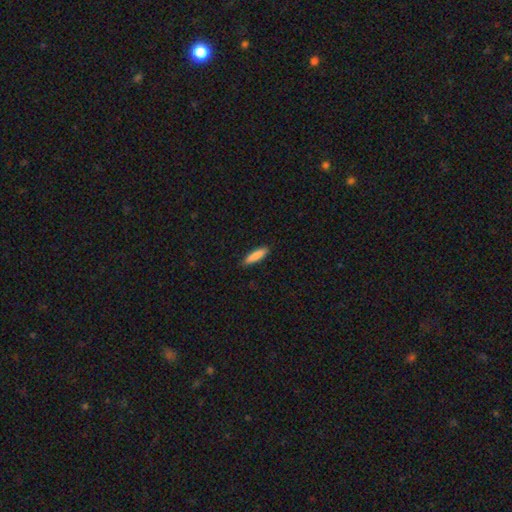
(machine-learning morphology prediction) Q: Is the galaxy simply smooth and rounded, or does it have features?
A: smooth — 87%.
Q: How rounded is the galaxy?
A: cigar-shaped — 74%.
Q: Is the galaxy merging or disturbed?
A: none — 89%.